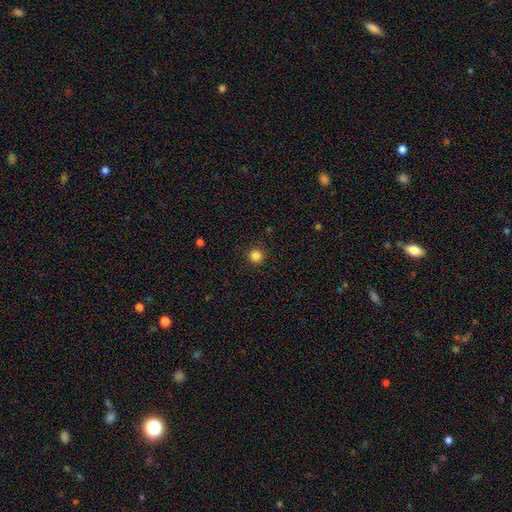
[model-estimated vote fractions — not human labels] A smooth galaxy with no disk features (84%) that is round (95%). Merging: none (91%).